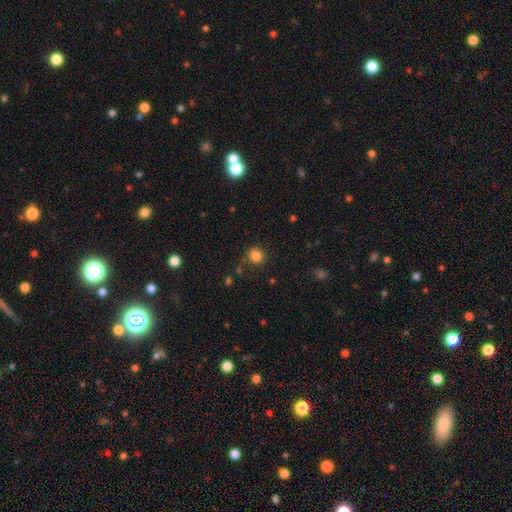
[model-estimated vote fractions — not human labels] Smooth or featured?
  - smooth: 83% *
  - star or artifact: 12%
  - featured or disk: 5%
How rounded?
  - round: 89% *
  - in between: 10%
  - cigar-shaped: 1%
Merging?
  - none: 80% *
  - minor disturbance: 12%
  - merger: 4%
  - major disturbance: 4%